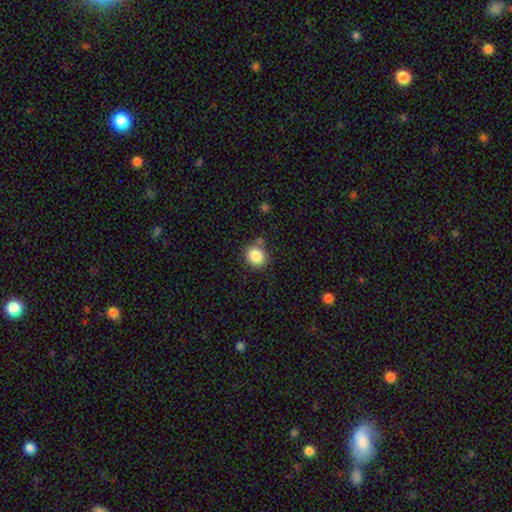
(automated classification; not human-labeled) Smooth or featured: smooth — 85% (star or artifact — 10%)
How rounded: round — 76% (in between — 23%)
Merging: none — 77% (minor disturbance — 13%)